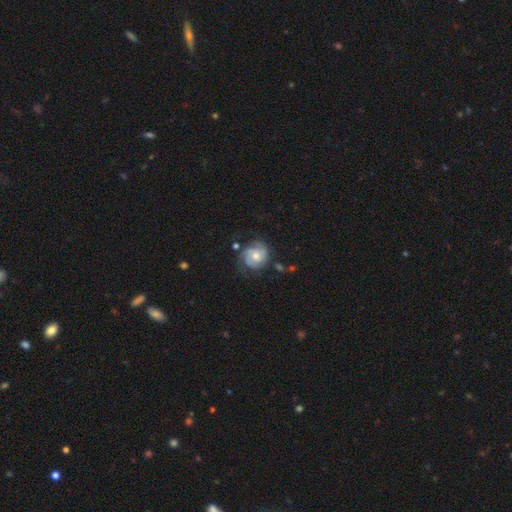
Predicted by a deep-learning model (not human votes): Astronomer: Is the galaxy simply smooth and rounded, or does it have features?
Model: featured or disk — 70%.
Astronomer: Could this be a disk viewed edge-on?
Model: no — 98%.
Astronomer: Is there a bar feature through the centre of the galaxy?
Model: no — 71%.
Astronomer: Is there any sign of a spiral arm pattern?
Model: yes — 90%.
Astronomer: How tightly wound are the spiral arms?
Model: tight — 55% (runner-up: medium, 33%).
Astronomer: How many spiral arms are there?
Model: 2 — 43% (runner-up: 3, 23%).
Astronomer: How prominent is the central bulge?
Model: moderate — 66%.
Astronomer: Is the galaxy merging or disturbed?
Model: none — 64%.